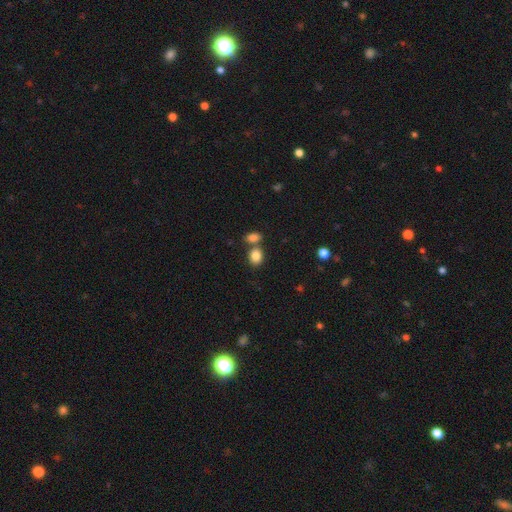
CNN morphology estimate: smooth_or_featured: smooth (p=0.85) [alt: star or artifact p=0.09]
how_rounded: round (p=0.55) [alt: in between p=0.44]
merging: none (p=0.56) [alt: merger p=0.32]